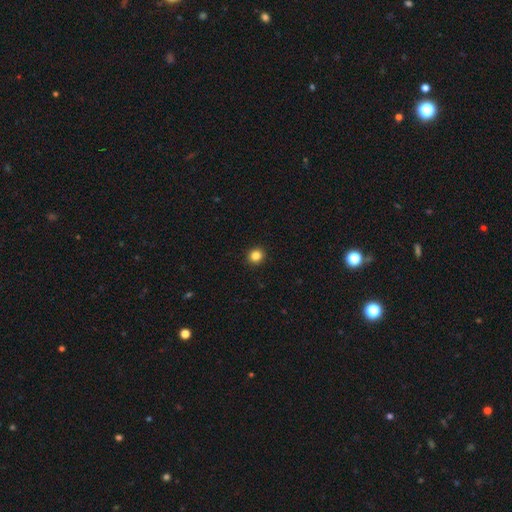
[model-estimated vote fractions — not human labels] Smooth or featured: smooth — 84% (star or artifact — 12%)
How rounded: round — 89% (in between — 10%)
Merging: none — 93% (minor disturbance — 5%)